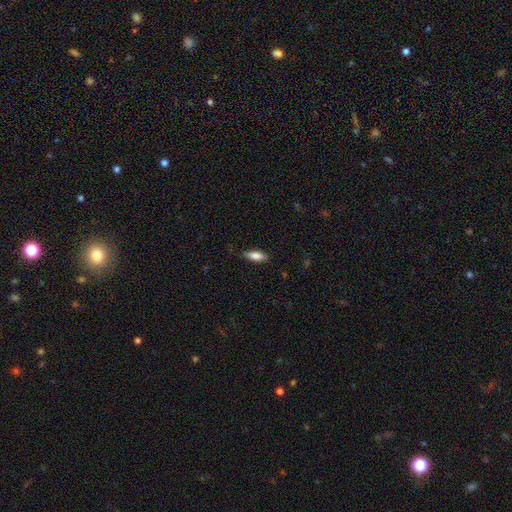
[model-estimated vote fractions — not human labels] Smooth or featured? Predicted: smooth (p=0.77). How rounded? Predicted: in between (p=0.64). Merging? Predicted: none (p=0.84).